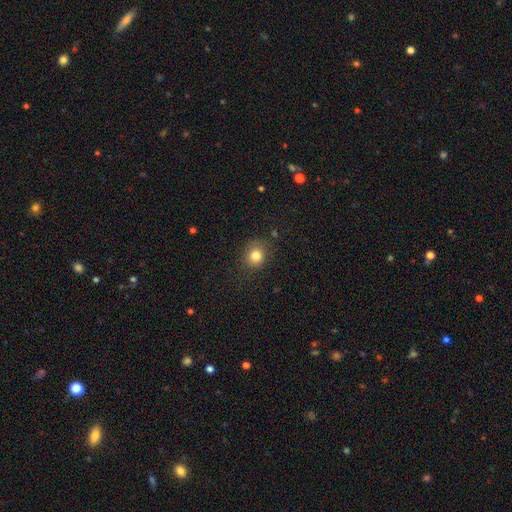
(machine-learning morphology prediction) Smooth or featured? Predicted: smooth (p=0.81). How rounded? Predicted: round (p=0.76). Merging? Predicted: none (p=0.81).